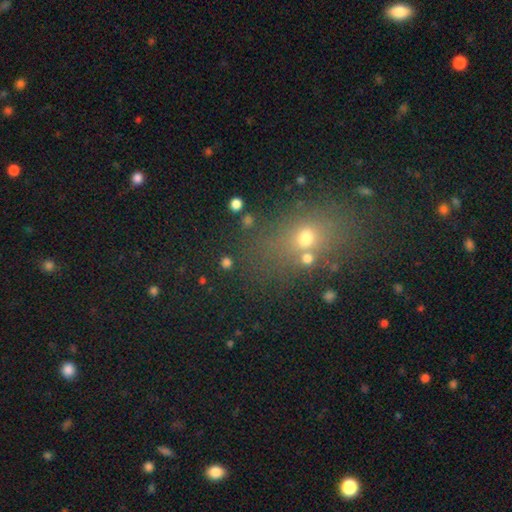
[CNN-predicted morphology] A smooth galaxy with no disk features (47%).

Vote fractions:
- Smooth or featured? smooth: 47% / star or artifact: 40% / featured or disk: 13%
- Merging? none: 75% / minor disturbance: 11% / merger: 9% / major disturbance: 5%